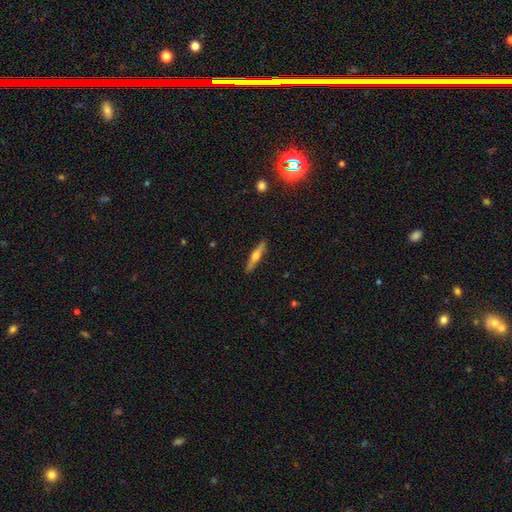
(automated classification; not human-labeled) Q: Smooth or featured?
A: featured or disk (53%); runner-up: smooth (41%)
Q: Edge-on disk?
A: yes (95%); runner-up: no (5%)
Q: Edge-on bulge?
A: rounded (89%); runner-up: none (6%)
Q: Merging?
A: none (89%); runner-up: minor disturbance (8%)